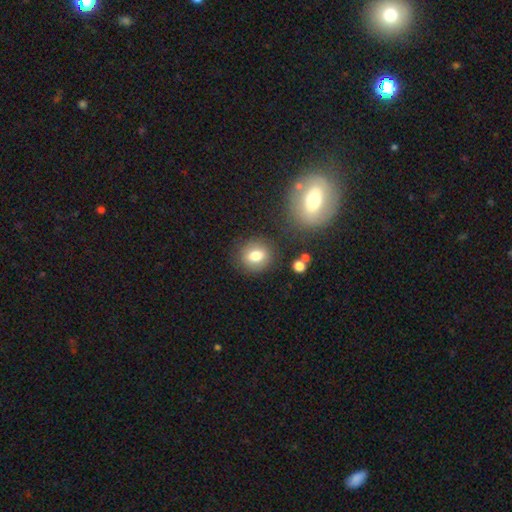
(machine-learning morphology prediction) smooth_or_featured: smooth (p=0.78) [alt: featured or disk p=0.12]
how_rounded: round (p=0.69) [alt: in between p=0.30]
merging: none (p=0.83) [alt: minor disturbance p=0.10]